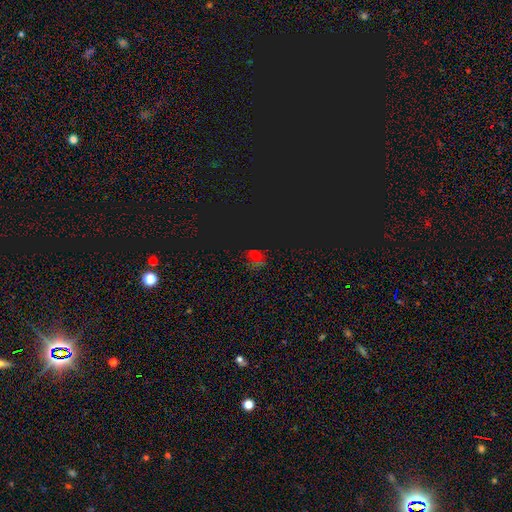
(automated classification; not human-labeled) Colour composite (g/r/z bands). It shows a star or artifact, not a galaxy (61%).